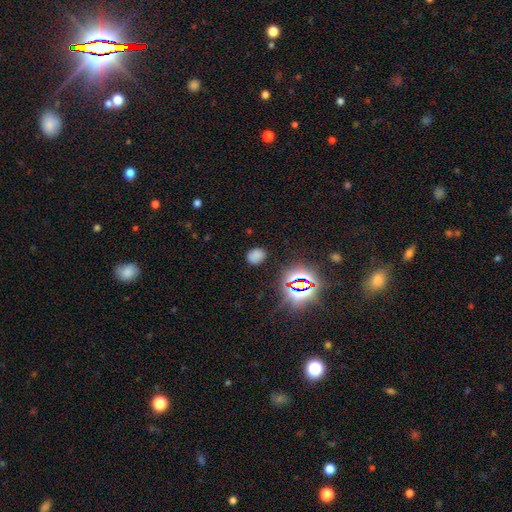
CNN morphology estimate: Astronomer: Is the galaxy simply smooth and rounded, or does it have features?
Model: smooth — 67%.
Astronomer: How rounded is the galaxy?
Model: in between — 56% (runner-up: round, 43%).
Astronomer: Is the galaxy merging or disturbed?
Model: none — 82%.